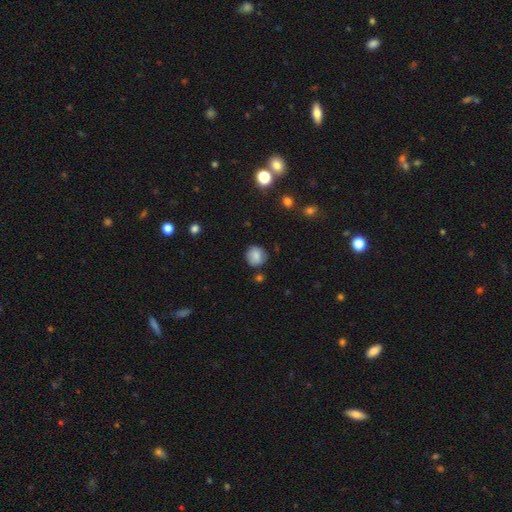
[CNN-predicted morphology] Overall: smooth (78%). How rounded: round (85%). Merging: none (76%).